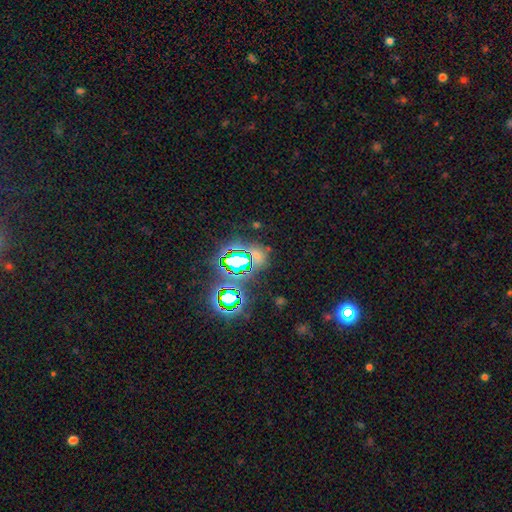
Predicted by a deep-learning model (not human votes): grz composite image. It shows a star or artifact, not a galaxy (67%).